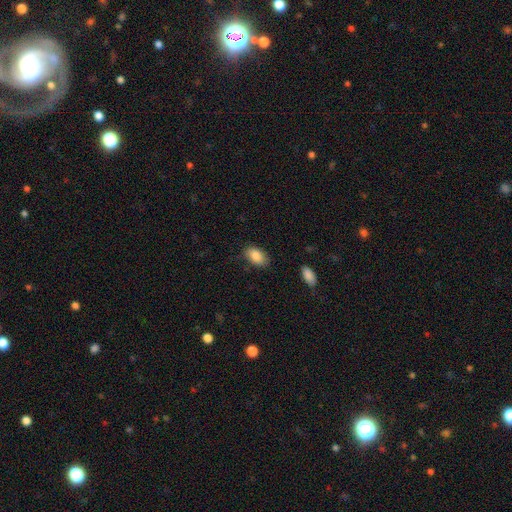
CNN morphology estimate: smooth 86%, star or artifact 7%, featured or disk 7%. Down the decision tree: how rounded — in between (92%); merging — none (80%).